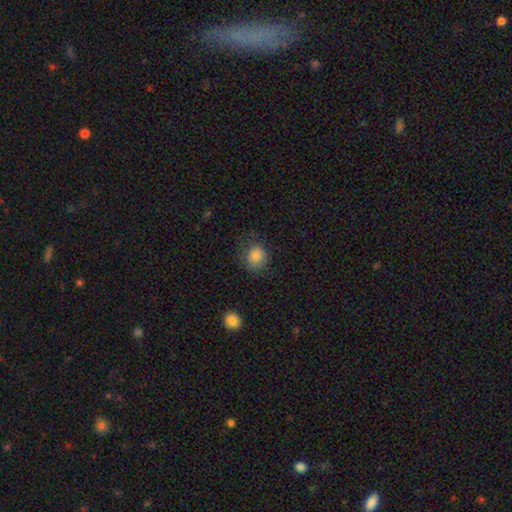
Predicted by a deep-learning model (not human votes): Overall: smooth (84%). How rounded: round (79%). Merging: none (75%).